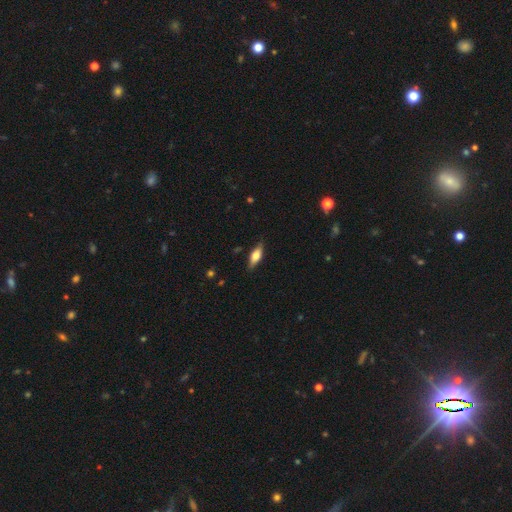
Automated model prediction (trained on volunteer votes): This appears to be a smooth galaxy with no disk features (60%) that is in between round and cigar-shaped (68%). Merging: none (82%).